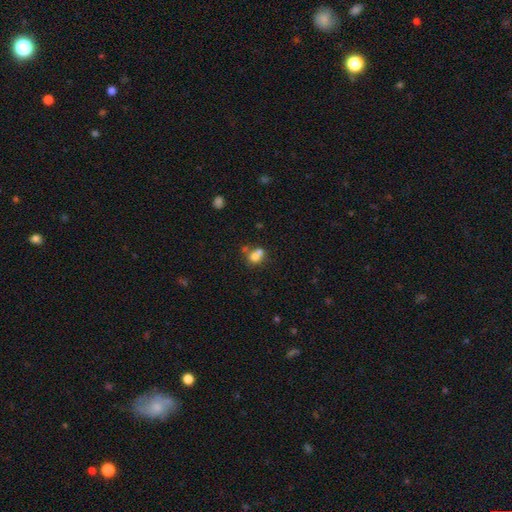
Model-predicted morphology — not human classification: A smooth galaxy with no disk features (71%) that is round (70%).

Vote fractions:
- Smooth or featured? smooth: 71% / featured or disk: 16% / star or artifact: 13%
- How rounded? round: 70% / in between: 29% / cigar-shaped: 1%
- Merging? merger: 51% / none: 36% / minor disturbance: 9% / major disturbance: 5%